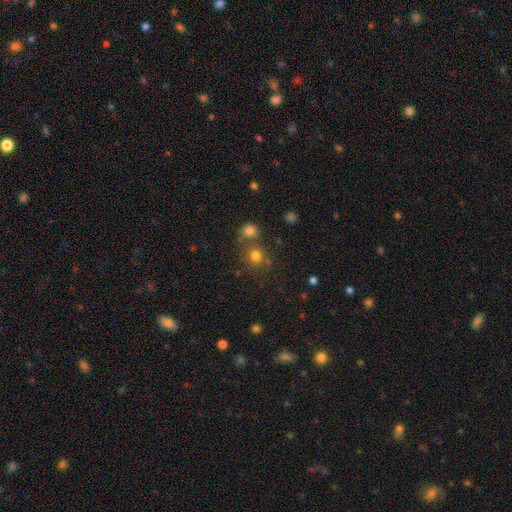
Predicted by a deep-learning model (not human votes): A smooth galaxy with no disk features (75%) that is round (84%). Merging: none (62%).